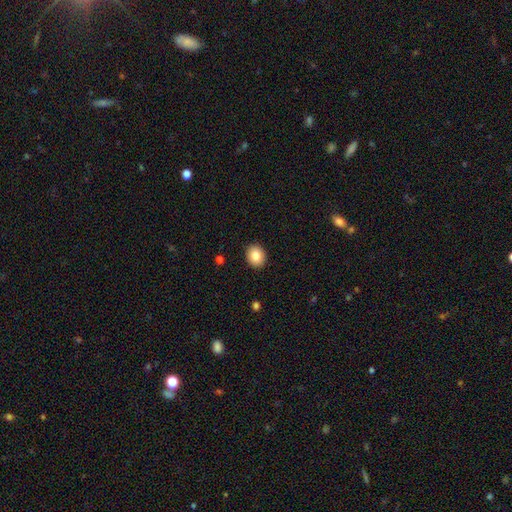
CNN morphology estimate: smooth 83%, star or artifact 9%, featured or disk 8%. Down the decision tree: how rounded — round (64%); merging — none (91%).